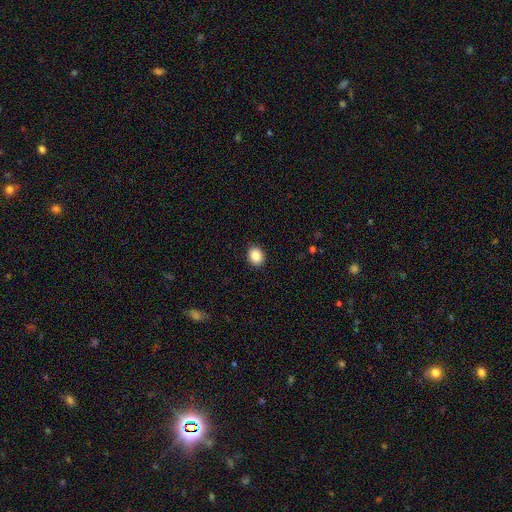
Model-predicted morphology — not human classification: smooth 88%, star or artifact 9%, featured or disk 4%. Down the decision tree: how rounded — round (51%); merging — none (91%).